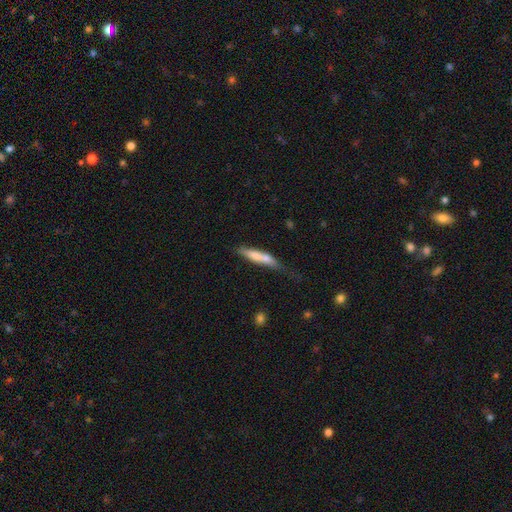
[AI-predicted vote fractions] Smooth or featured: smooth — 64% (featured or disk — 30%)
How rounded: cigar-shaped — 85% (in between — 13%)
Merging: none — 44% (minor disturbance — 28%)